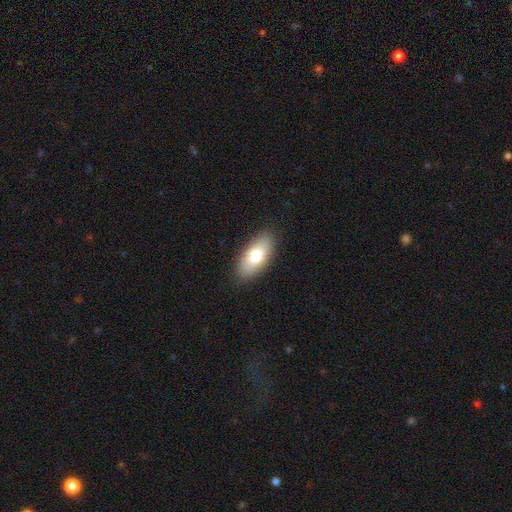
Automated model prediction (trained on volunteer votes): Smooth or featured? Predicted: smooth (p=0.73). How rounded? Predicted: in between (p=0.89). Merging? Predicted: none (p=0.88).